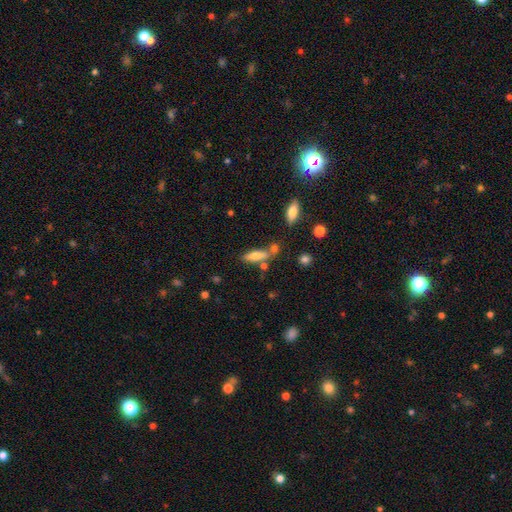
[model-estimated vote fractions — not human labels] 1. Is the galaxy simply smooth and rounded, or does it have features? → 70% smooth, 21% featured or disk, 8% star or artifact.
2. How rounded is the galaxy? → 49% in between (tied), 49% cigar-shaped (tied), 2% round.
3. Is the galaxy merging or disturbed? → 61% none, 18% merger, 16% minor disturbance, 5% major disturbance.